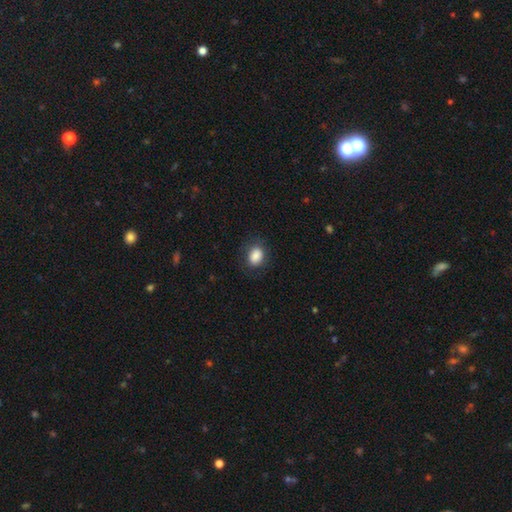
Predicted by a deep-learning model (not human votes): Overall: smooth (85%). How rounded: in between (65%; round 34%). Merging: none (80%).